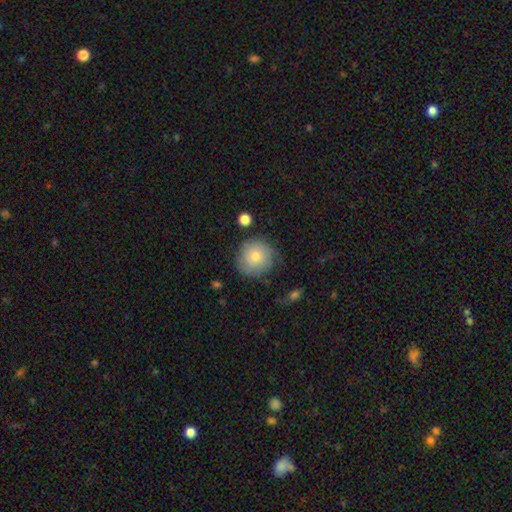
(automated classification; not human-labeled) The model was most divided on "smooth or featured": smooth: 75%, featured or disk: 17%, star or artifact: 7%. More confident: how rounded — round (92%); merging — none (77%).